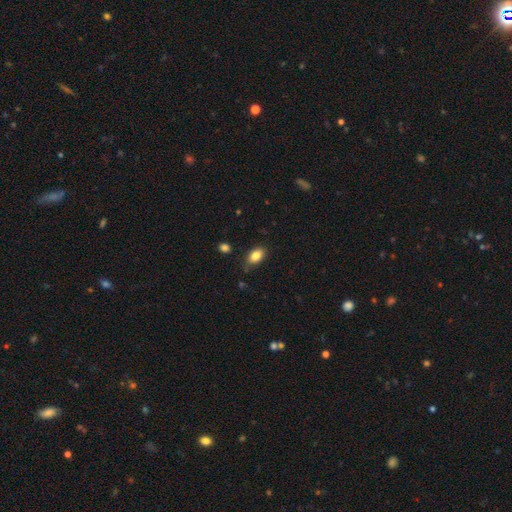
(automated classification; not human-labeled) A smooth galaxy with no disk features (84%) that is in between round and cigar-shaped (89%).

Vote fractions:
- Smooth or featured? smooth: 84% / star or artifact: 8% / featured or disk: 7%
- How rounded? in between: 89% / round: 9% / cigar-shaped: 2%
- Merging? none: 80% / minor disturbance: 15% / major disturbance: 3% / merger: 2%